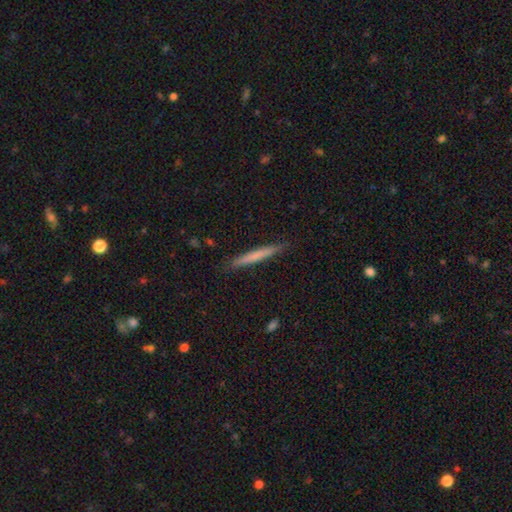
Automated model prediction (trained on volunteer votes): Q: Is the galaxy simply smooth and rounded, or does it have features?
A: smooth — 66%.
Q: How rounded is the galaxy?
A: cigar-shaped — 97%.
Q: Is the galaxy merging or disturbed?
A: none — 90%.